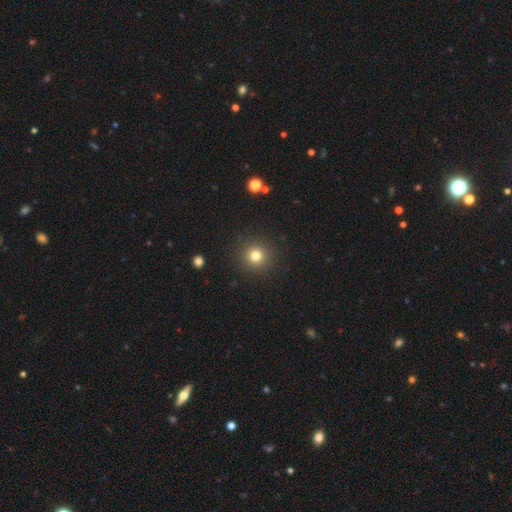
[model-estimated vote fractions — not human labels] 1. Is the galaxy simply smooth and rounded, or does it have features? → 80% smooth, 14% star or artifact, 7% featured or disk.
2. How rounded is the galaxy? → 94% round, 5% in between, 1% cigar-shaped.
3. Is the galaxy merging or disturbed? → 91% none, 5% minor disturbance, 2% major disturbance, 1% merger.